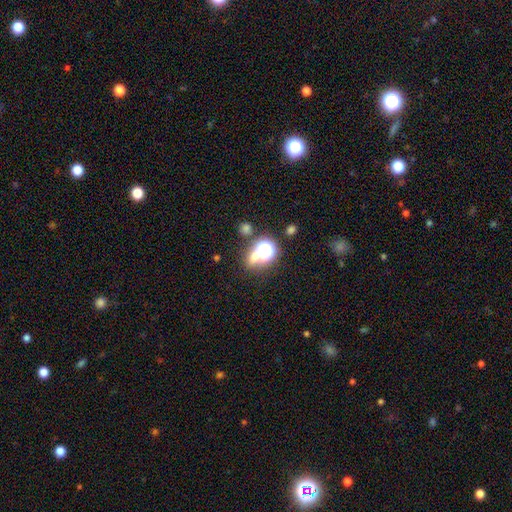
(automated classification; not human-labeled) Smooth or featured?
  - smooth: 48% *
  - star or artifact: 40%
  - featured or disk: 12%
Merging?
  - none: 55% *
  - merger: 26%
  - minor disturbance: 11%
  - major disturbance: 8%